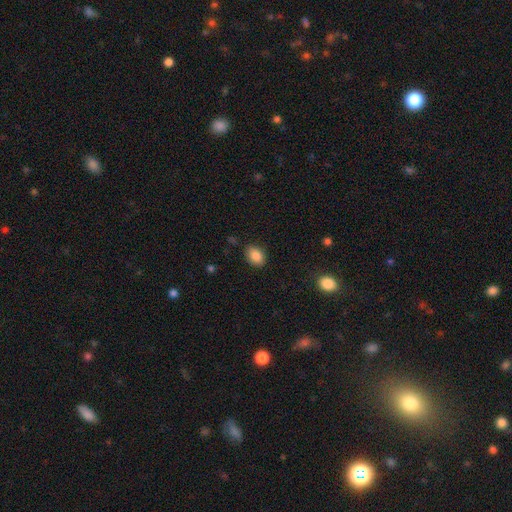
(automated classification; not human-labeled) A smooth galaxy with no disk features (87%) that is in between round and cigar-shaped (75%). Merging: none (85%).